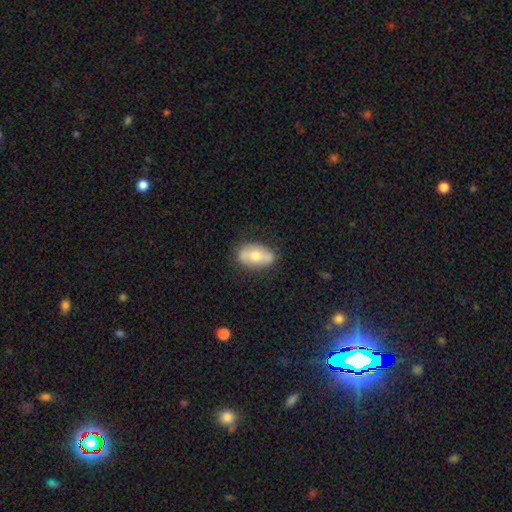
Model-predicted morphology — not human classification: The model was most divided on "smooth or featured": smooth: 62%, featured or disk: 31%, star or artifact: 6%. More confident: how rounded — in between (89%); merging — none (75%).